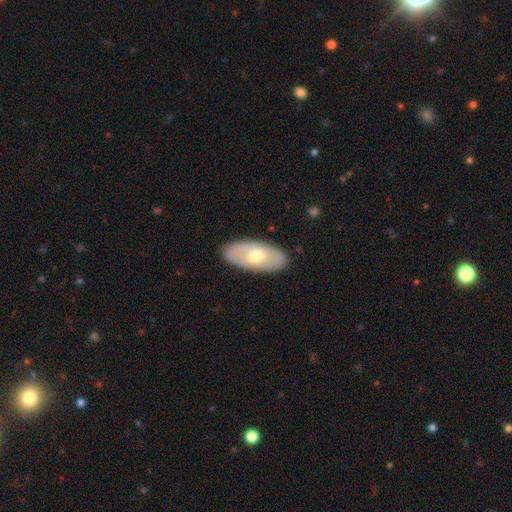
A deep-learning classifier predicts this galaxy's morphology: smooth_or_featured: featured or disk (p=0.48) [alt: smooth p=0.47]
merging: none (p=0.87) [alt: minor disturbance p=0.09]